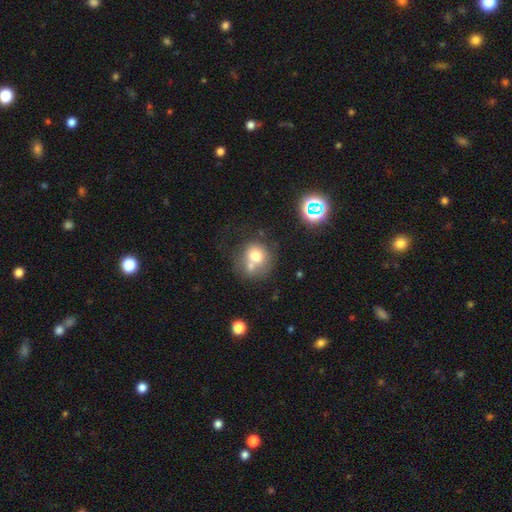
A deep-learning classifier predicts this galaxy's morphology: Q: Smooth or featured?
A: smooth (68%); runner-up: featured or disk (19%)
Q: How rounded?
A: round (80%); runner-up: in between (19%)
Q: Merging?
A: none (41%); runner-up: merger (39%)